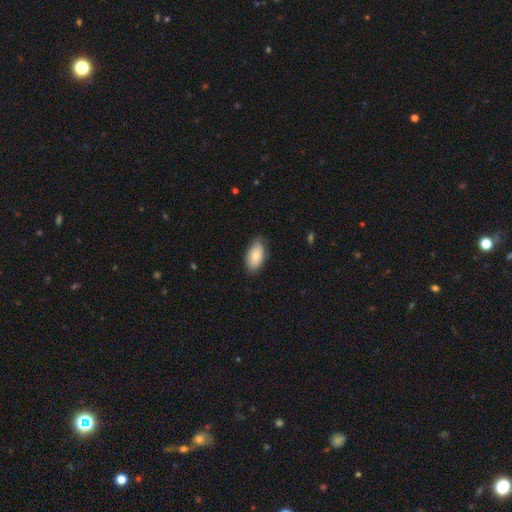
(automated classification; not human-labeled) Q: Smooth or featured?
A: smooth (77%); runner-up: featured or disk (17%)
Q: How rounded?
A: in between (94%); runner-up: round (4%)
Q: Merging?
A: none (78%); runner-up: minor disturbance (18%)